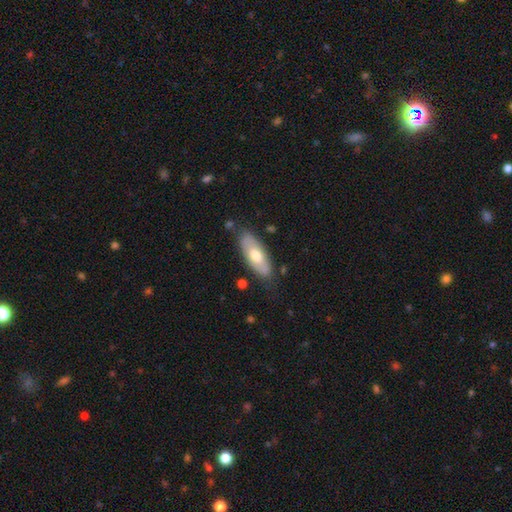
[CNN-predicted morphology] smooth-or-featured: smooth: 59% | featured or disk: 36% | star or artifact: 6%
  how-rounded: in between: 79% | cigar-shaped: 19% | round: 2%
  merging: none: 77% | minor disturbance: 17% | major disturbance: 4% | merger: 2%